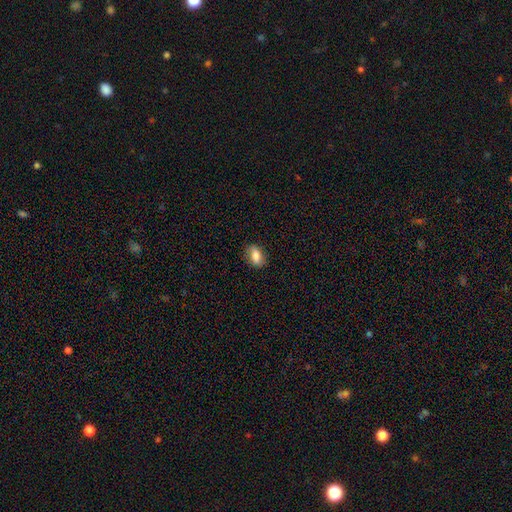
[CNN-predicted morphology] Smooth or featured? Predicted: smooth (p=0.75). How rounded? Predicted: in between (p=0.83). Merging? Predicted: none (p=0.81).